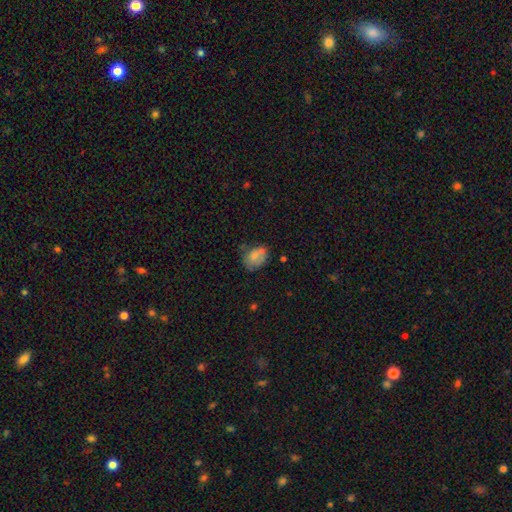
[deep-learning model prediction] smooth_or_featured: smooth (p=0.71) [alt: featured or disk p=0.20]
how_rounded: in between (p=0.69) [alt: round p=0.30]
merging: none (p=0.50) [alt: minor disturbance p=0.30]